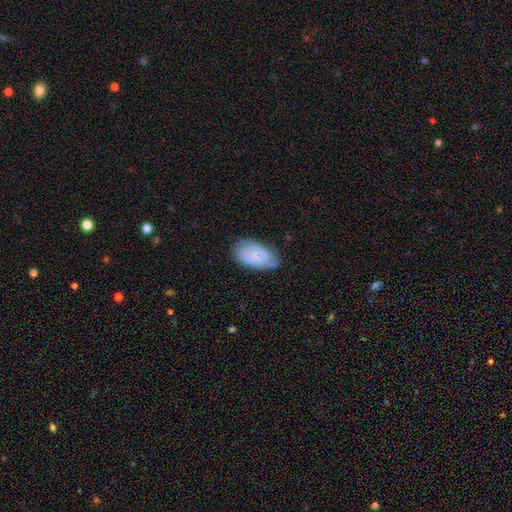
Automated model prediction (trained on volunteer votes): Morphology: type=smooth (61%); roundness=in between (93%); merging=none (66%).